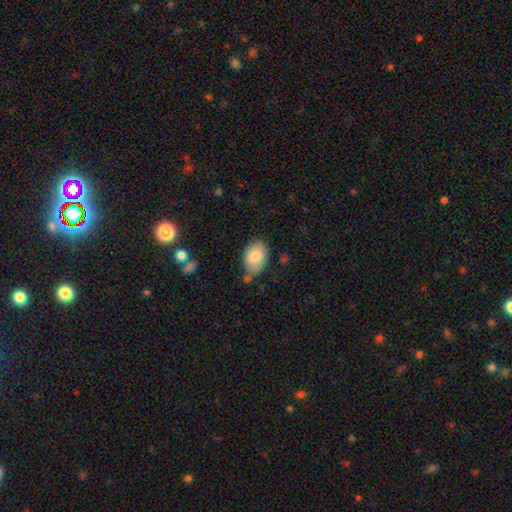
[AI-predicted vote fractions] This is clearly a smooth galaxy (81%). How rounded: clearly in between (86%). Merging: likely none (66%).